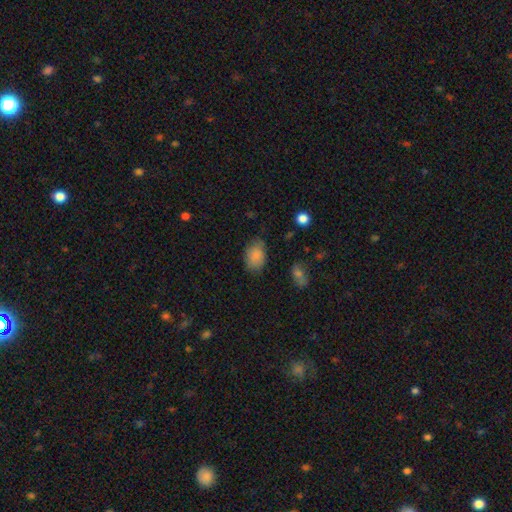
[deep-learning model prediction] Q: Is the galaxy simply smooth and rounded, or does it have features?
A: smooth — 86%.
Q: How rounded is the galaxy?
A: in between — 82%.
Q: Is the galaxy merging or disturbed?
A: none — 73%.